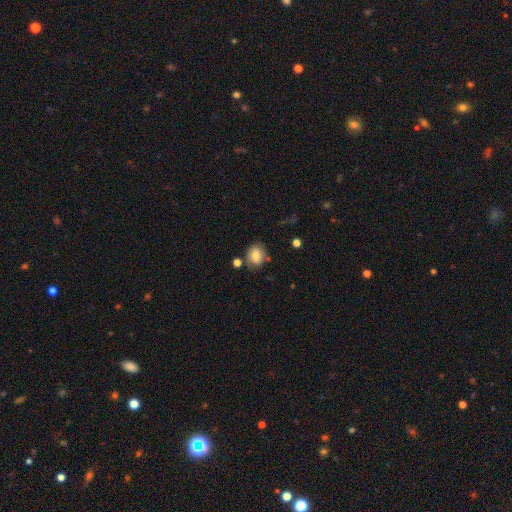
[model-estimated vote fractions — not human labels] Smooth or featured: smooth — 80% (featured or disk — 11%)
How rounded: round — 53% (in between — 46%)
Merging: none — 73% (minor disturbance — 15%)